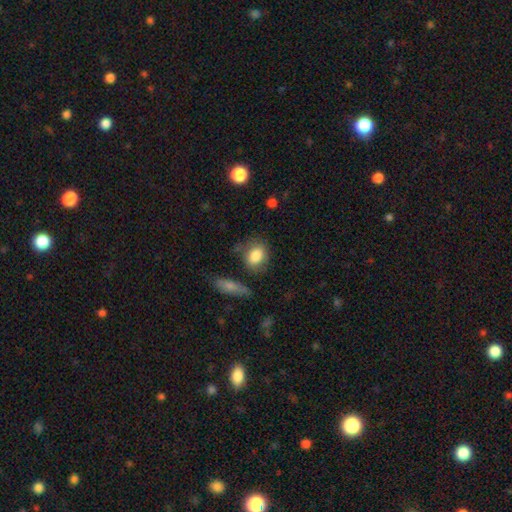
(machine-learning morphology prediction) type=smooth (83%); roundness=in between (59%); merging=none (67%).